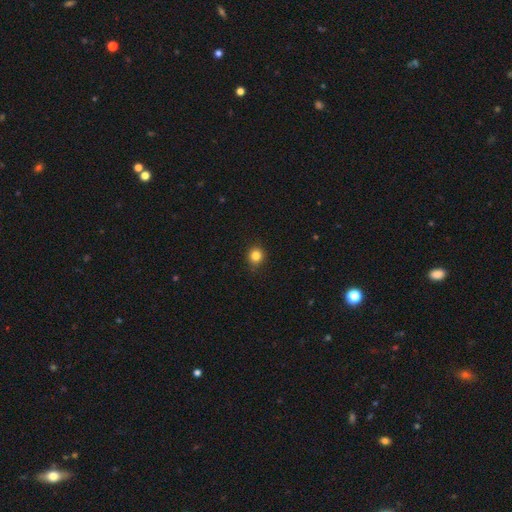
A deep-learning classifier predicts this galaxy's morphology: Smooth or featured: smooth — 84% (star or artifact — 12%)
How rounded: round — 85% (in between — 14%)
Merging: none — 87% (minor disturbance — 10%)